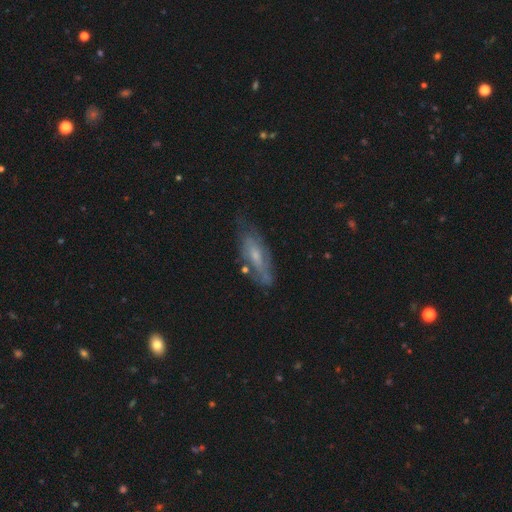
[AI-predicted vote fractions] Smooth or featured?
  - featured or disk: 58% *
  - smooth: 34%
  - star or artifact: 8%
Edge-on disk?
  - no: 74% *
  - yes: 26%
Merging?
  - none: 62% *
  - minor disturbance: 26%
  - major disturbance: 9%
  - merger: 3%